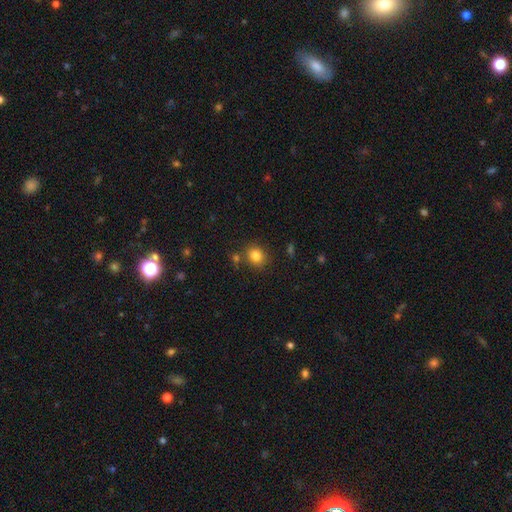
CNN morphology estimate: smooth-or-featured: smooth: 82% | star or artifact: 11% | featured or disk: 6%
  how-rounded: round: 75% | in between: 24% | cigar-shaped: 1%
  merging: none: 80% | minor disturbance: 10% | merger: 7% | major disturbance: 3%